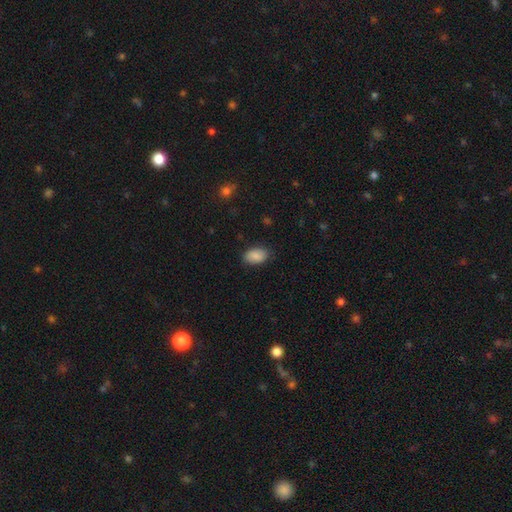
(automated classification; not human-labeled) Smooth or featured?
  - smooth: 87% *
  - star or artifact: 7%
  - featured or disk: 6%
How rounded?
  - in between: 91% *
  - round: 7%
  - cigar-shaped: 1%
Merging?
  - none: 84% *
  - minor disturbance: 12%
  - major disturbance: 3%
  - merger: 1%